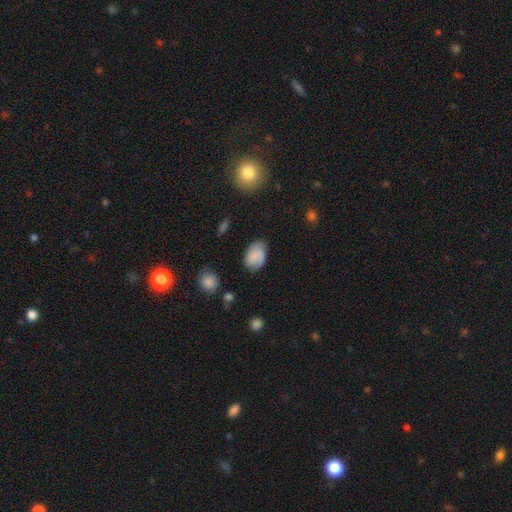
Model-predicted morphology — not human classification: Smooth or featured? Predicted: smooth (p=0.82). How rounded? Predicted: in between (p=0.85). Merging? Predicted: none (p=0.70).